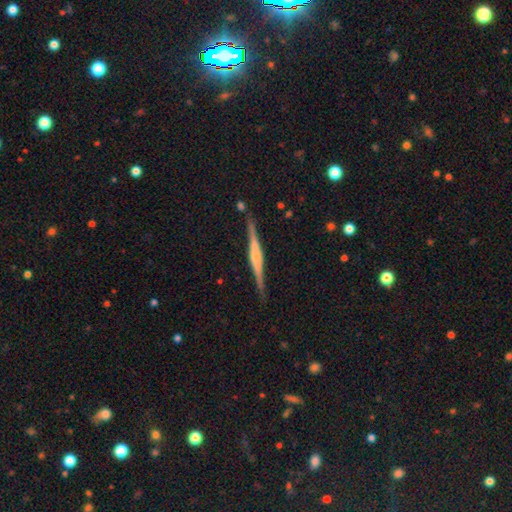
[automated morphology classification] featured or disk 75%, smooth 19%, star or artifact 6%. Down the decision tree: edge-on disk — yes (98%); edge-on bulge — rounded (58%); merging — none (87%).